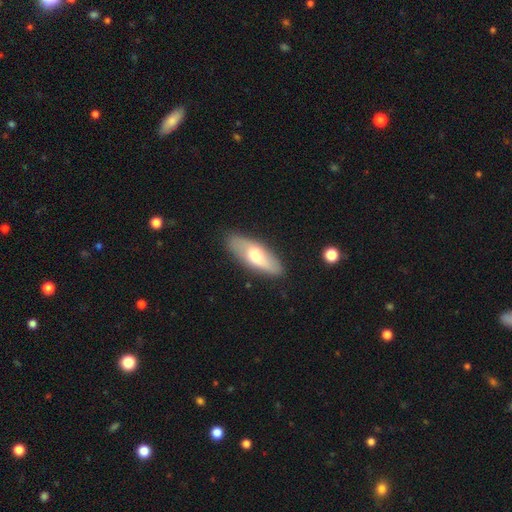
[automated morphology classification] type=smooth (54%); roundness=in between (68%); merging=none (85%).